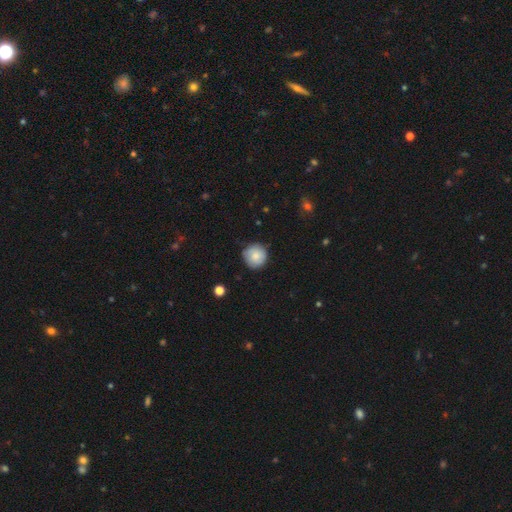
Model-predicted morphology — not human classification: Q: Smooth or featured?
A: smooth (83%); runner-up: featured or disk (10%)
Q: How rounded?
A: round (95%); runner-up: in between (5%)
Q: Merging?
A: none (83%); runner-up: minor disturbance (14%)